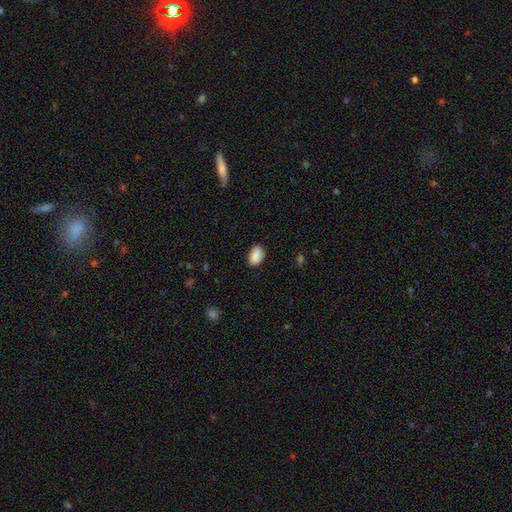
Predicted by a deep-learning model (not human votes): Q: Smooth or featured?
A: smooth (90%); runner-up: star or artifact (7%)
Q: How rounded?
A: in between (91%); runner-up: round (7%)
Q: Merging?
A: none (85%); runner-up: minor disturbance (11%)